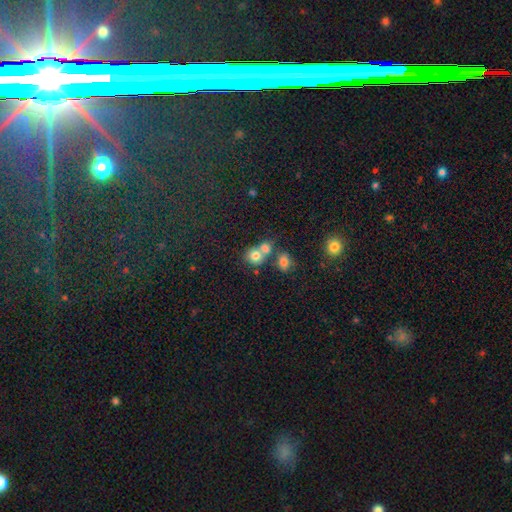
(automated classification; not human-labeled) smooth_or_featured: smooth (p=0.75) [alt: star or artifact p=0.13]
how_rounded: round (p=0.77) [alt: in between p=0.22]
merging: merger (p=0.49) [alt: none p=0.40]